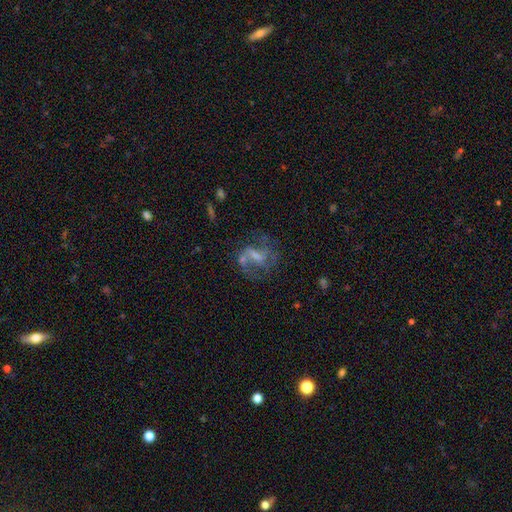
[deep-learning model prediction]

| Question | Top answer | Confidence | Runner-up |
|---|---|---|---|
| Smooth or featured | featured or disk | 69% | smooth (17%) |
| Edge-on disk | no | 96% | yes (4%) |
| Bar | weak | 47% | no (31%) |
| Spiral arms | yes | 79% | no (21%) |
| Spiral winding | medium | 46% | loose (36%) |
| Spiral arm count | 2 | 64% | can't tell (18%) |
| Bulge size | small | 44% | moderate (31%) |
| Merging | none | 53% | major disturbance (19%) |